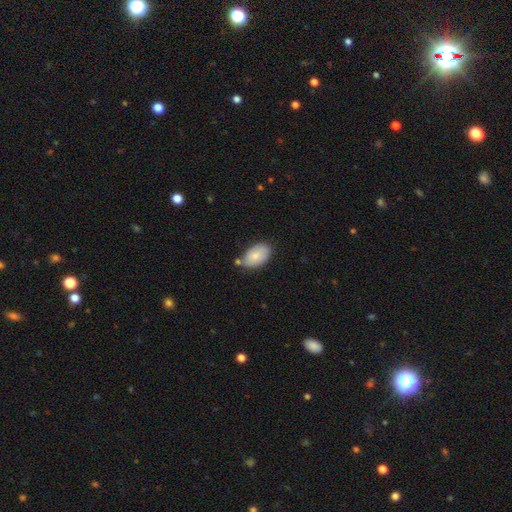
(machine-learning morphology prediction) Overall: smooth (79%). How rounded: in between (93%). Merging: none (66%).